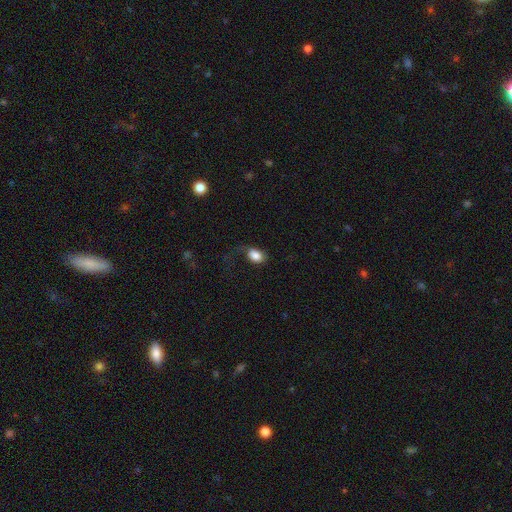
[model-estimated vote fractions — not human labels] Overall: smooth (82%). How rounded: in between (80%). Merging: none (49%; major disturbance 26%).